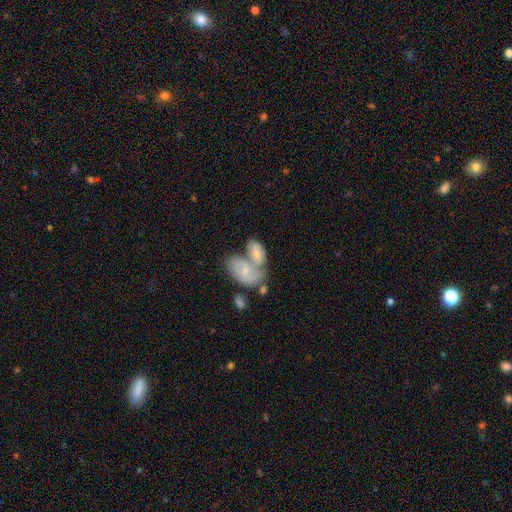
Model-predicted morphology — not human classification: The model was most divided on "smooth or featured": featured or disk: 48%, smooth: 44%, star or artifact: 8%. More confident: merging — merger (65%).